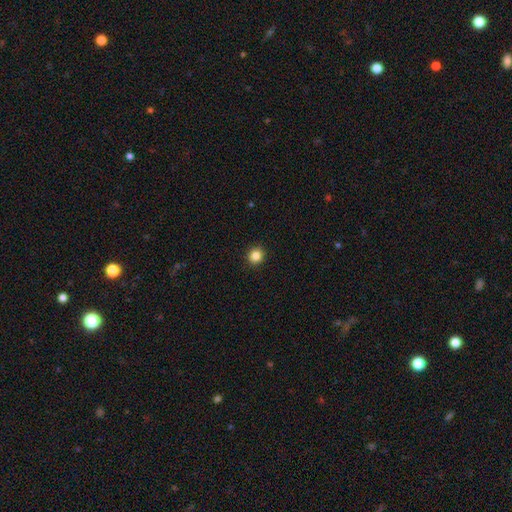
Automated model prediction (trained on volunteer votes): This is clearly a smooth galaxy (85%). How rounded: clearly round (88%). Merging: clearly none (93%).